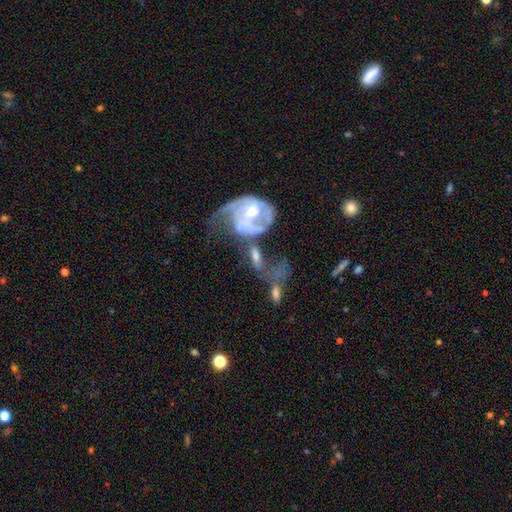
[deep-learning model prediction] Smooth or featured?
  - featured or disk: 70% *
  - smooth: 22%
  - star or artifact: 9%
Edge-on disk?
  - no: 94% *
  - yes: 6%
Bar?
  - no: 57% *
  - weak: 31%
  - strong: 11%
Spiral arms?
  - yes: 68% *
  - no: 32%
Bulge size?
  - moderate: 59% *
  - small: 25%
  - large: 9%
  - none: 6%
  - dominant: 2%
Merging?
  - merger: 40% *
  - major disturbance: 32%
  - none: 17%
  - minor disturbance: 12%